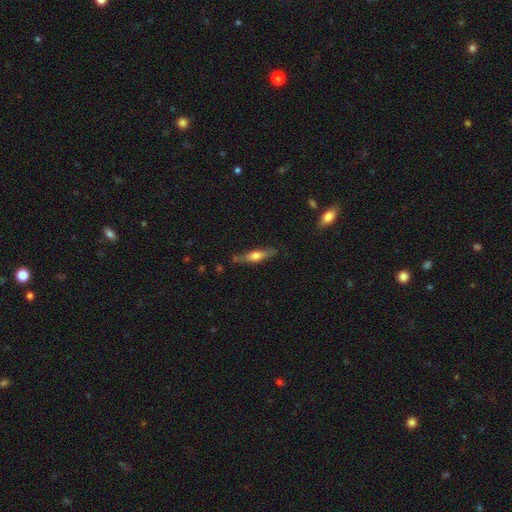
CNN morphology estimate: Smooth or featured?
  - featured or disk: 50% *
  - smooth: 44%
  - star or artifact: 6%
Edge-on disk?
  - yes: 90% *
  - no: 10%
Merging?
  - none: 78% *
  - minor disturbance: 15%
  - major disturbance: 3%
  - merger: 3%